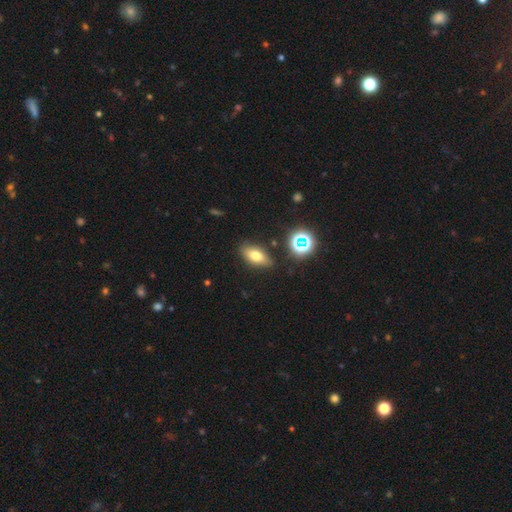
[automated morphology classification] This is likely a smooth galaxy (70%). How rounded: clearly in between (80%). Merging: clearly none (82%).